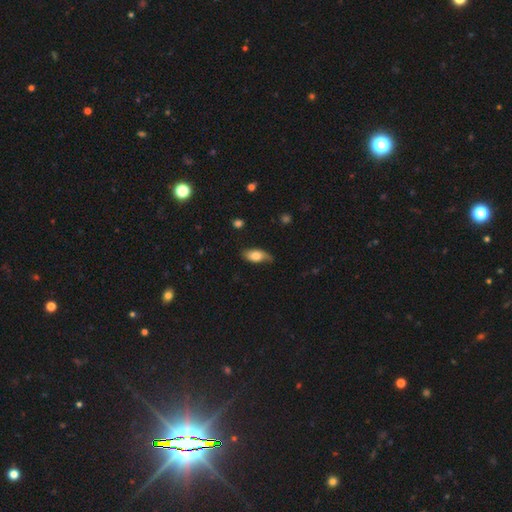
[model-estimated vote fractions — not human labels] Smooth or featured? Predicted: smooth (p=0.76). How rounded? Predicted: in between (p=0.88). Merging? Predicted: none (p=0.59).